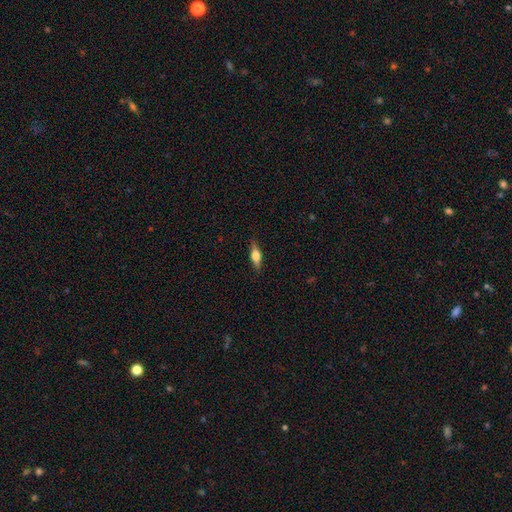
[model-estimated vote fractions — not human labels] A smooth galaxy with no disk features (48%). Merging: none (85%).